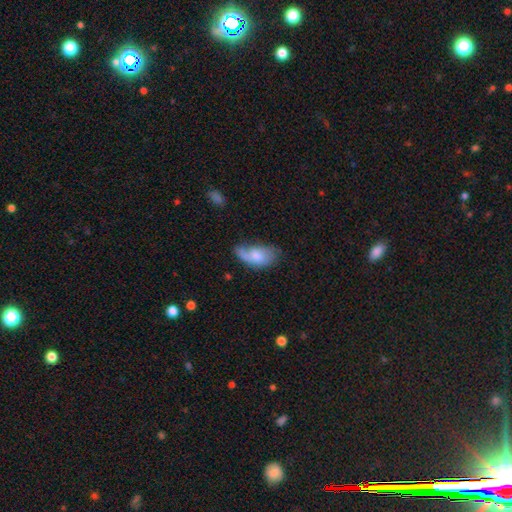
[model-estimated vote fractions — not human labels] Smooth or featured? smooth (63%)
How rounded? in between (92%)
Merging? none (35%)